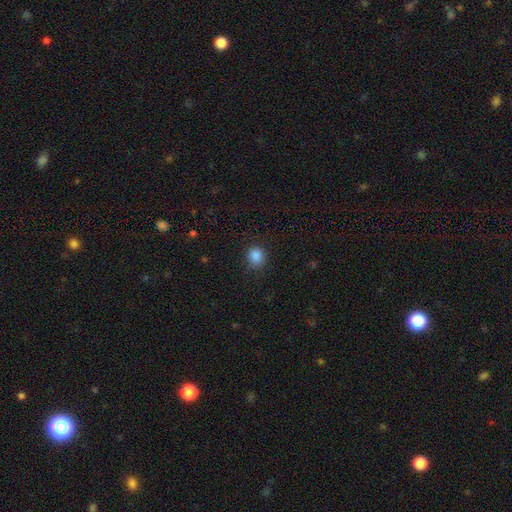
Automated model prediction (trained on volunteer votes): The model was most divided on "how rounded": round: 79%, in between: 20%, cigar-shaped: 1%. More confident: smooth or featured — smooth (86%); merging — none (85%).